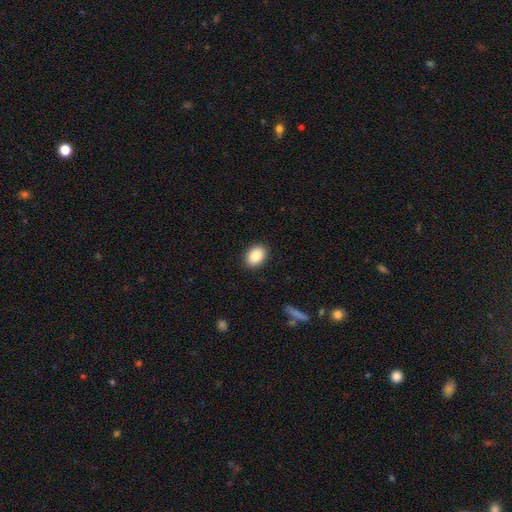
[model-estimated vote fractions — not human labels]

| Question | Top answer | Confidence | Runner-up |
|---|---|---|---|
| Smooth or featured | smooth | 89% | star or artifact (7%) |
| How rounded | in between | 75% | round (24%) |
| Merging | none | 89% | minor disturbance (8%) |